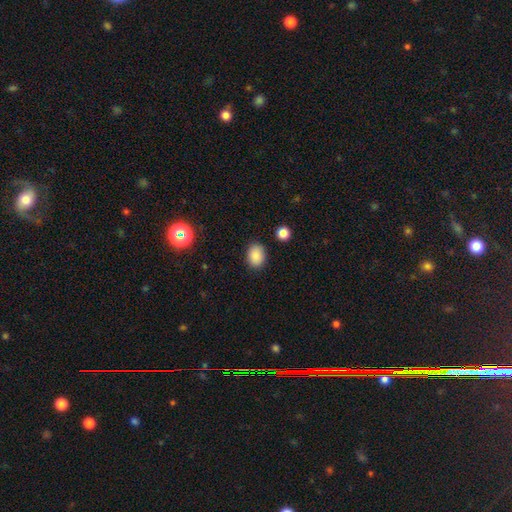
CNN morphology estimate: This is clearly a smooth galaxy (87%). How rounded: likely in between (70%). Merging: clearly none (86%).